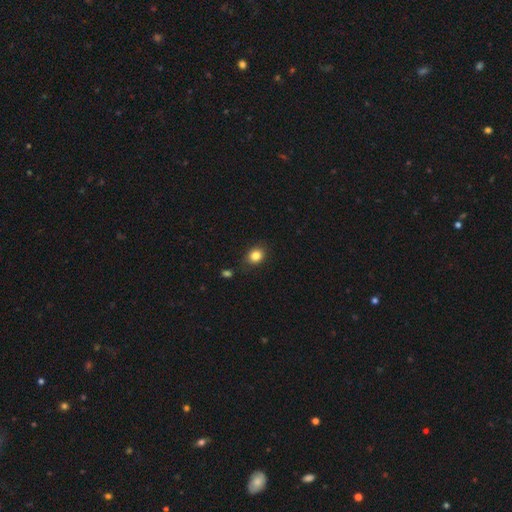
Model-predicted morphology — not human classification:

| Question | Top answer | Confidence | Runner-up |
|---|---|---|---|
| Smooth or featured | smooth | 84% | star or artifact (11%) |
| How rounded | round | 61% | in between (38%) |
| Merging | none | 82% | minor disturbance (13%) |